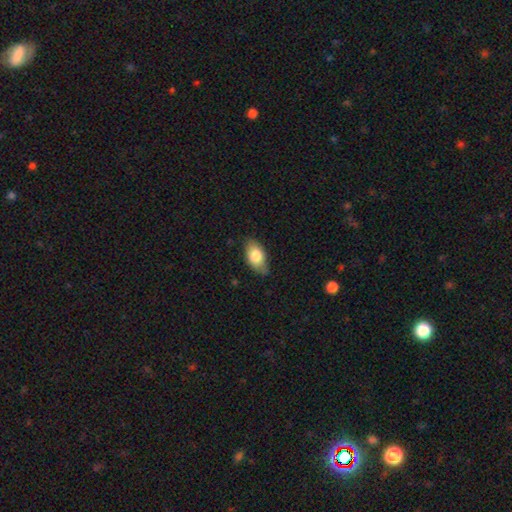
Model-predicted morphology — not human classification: Overall: smooth (79%). How rounded: in between (91%). Merging: none (74%).